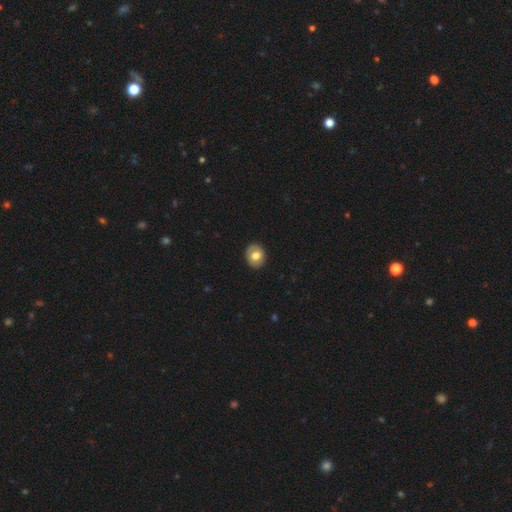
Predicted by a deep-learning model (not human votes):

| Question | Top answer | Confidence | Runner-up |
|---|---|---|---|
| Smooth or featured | smooth | 71% | featured or disk (21%) |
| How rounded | round | 65% | in between (34%) |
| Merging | none | 88% | minor disturbance (9%) |